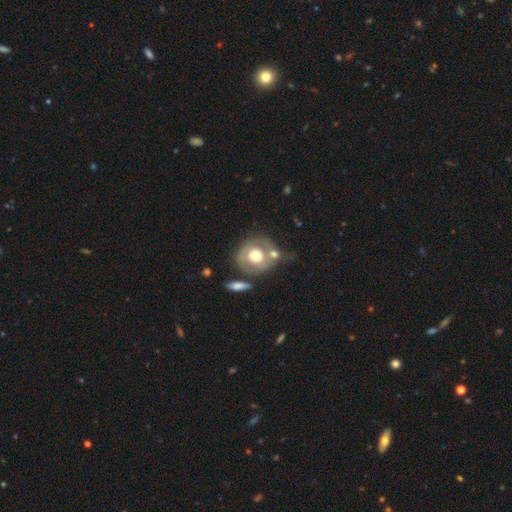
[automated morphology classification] Smooth or featured?
  - smooth: 49% *
  - featured or disk: 44%
  - star or artifact: 7%
Merging?
  - none: 45% *
  - merger: 31%
  - minor disturbance: 15%
  - major disturbance: 9%